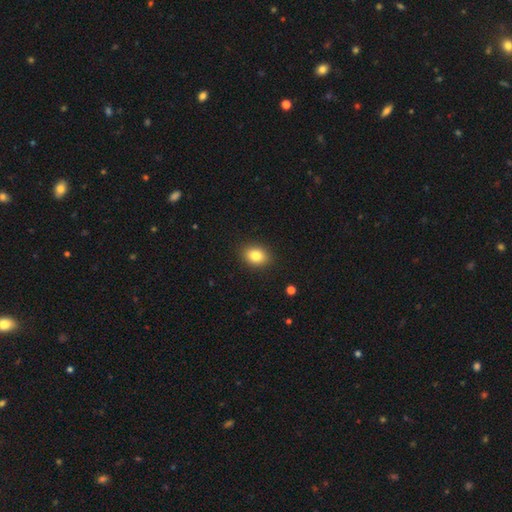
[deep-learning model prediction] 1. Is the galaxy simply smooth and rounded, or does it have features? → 83% smooth, 10% star or artifact, 7% featured or disk.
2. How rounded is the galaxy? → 63% in between, 36% round, 1% cigar-shaped.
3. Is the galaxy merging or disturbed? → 89% none, 7% minor disturbance, 2% major disturbance, 1% merger.